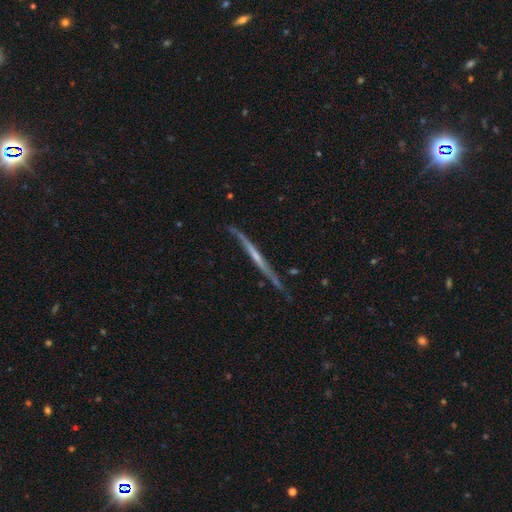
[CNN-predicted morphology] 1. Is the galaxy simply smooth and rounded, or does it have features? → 75% featured or disk, 19% smooth, 6% star or artifact.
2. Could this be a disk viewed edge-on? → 96% yes, 4% no.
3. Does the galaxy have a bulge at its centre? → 64% none, 30% rounded, 6% boxy.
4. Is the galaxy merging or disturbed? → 77% none, 17% minor disturbance, 3% major disturbance, 2% merger.